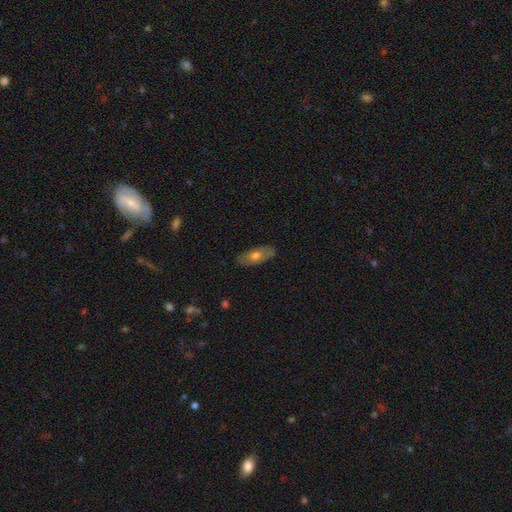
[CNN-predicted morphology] The model was most divided on "smooth or featured": smooth: 63%, featured or disk: 31%, star or artifact: 6%. More confident: merging — none (84%); how rounded — in between (80%).